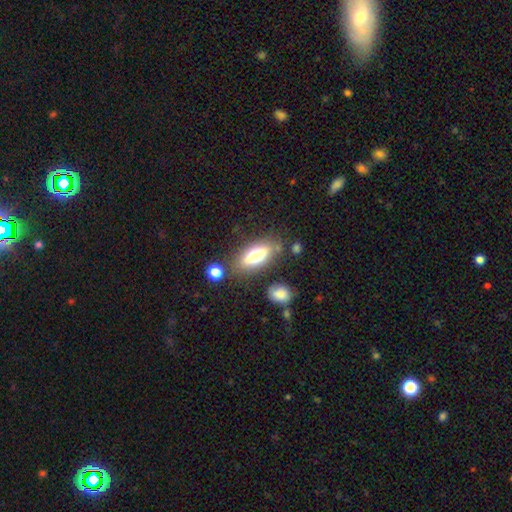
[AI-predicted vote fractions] Smooth or featured?
  - smooth: 65% *
  - featured or disk: 26%
  - star or artifact: 9%
How rounded?
  - in between: 63% *
  - cigar-shaped: 34%
  - round: 3%
Merging?
  - none: 74% *
  - minor disturbance: 14%
  - merger: 6%
  - major disturbance: 5%